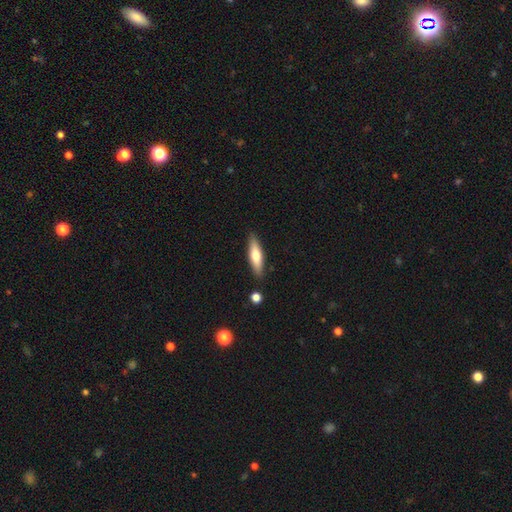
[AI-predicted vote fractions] A smooth galaxy with no disk features (63%) that is cigar-shaped (68%).

Vote fractions:
- Smooth or featured? smooth: 63% / featured or disk: 32% / star or artifact: 6%
- How rounded? cigar-shaped: 68% / in between: 30% / round: 2%
- Merging? none: 86% / minor disturbance: 9% / merger: 3% / major disturbance: 2%